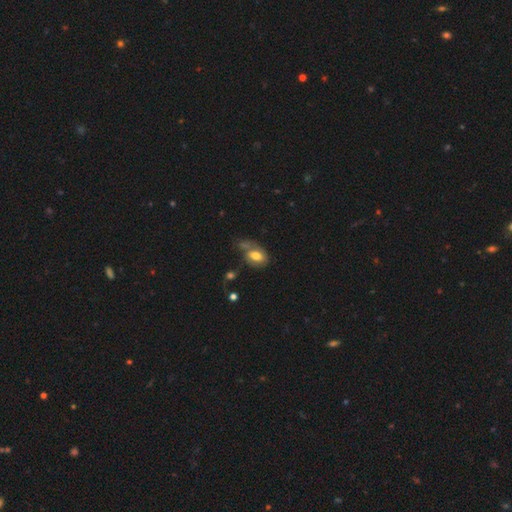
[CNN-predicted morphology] smooth-or-featured: smooth: 67% | featured or disk: 25% | star or artifact: 8%
  how-rounded: in between: 85% | round: 13% | cigar-shaped: 2%
  merging: none: 36% | minor disturbance: 25% | major disturbance: 21% | merger: 18%